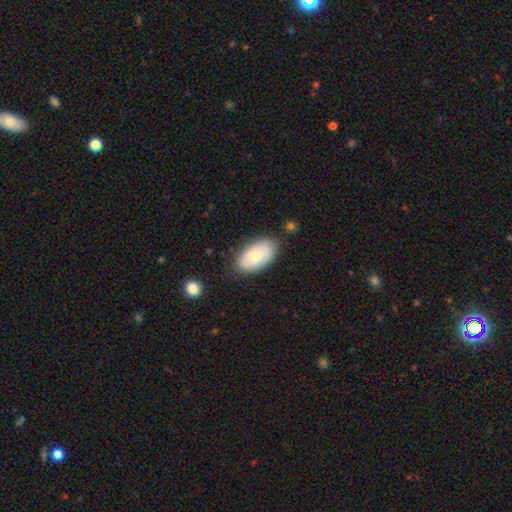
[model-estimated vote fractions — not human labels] smooth-or-featured: smooth: 70% | featured or disk: 24% | star or artifact: 6%
  how-rounded: in between: 94% | round: 4% | cigar-shaped: 2%
  merging: none: 78% | minor disturbance: 16% | major disturbance: 3% | merger: 2%